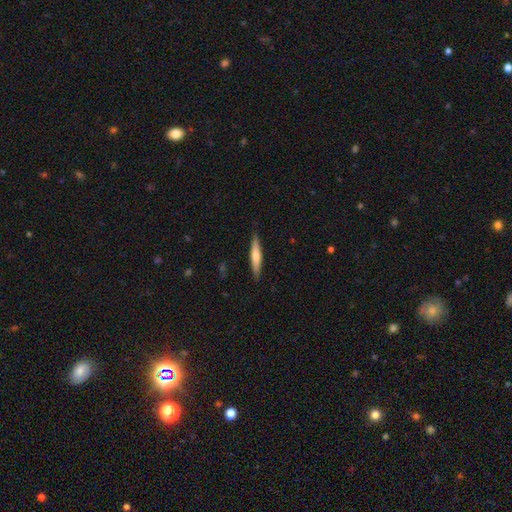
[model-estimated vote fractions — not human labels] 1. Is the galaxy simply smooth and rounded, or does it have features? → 59% smooth, 36% featured or disk, 5% star or artifact.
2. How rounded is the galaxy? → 90% cigar-shaped, 8% in between, 1% round.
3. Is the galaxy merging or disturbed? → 89% none, 9% minor disturbance, 2% major disturbance, 1% merger.